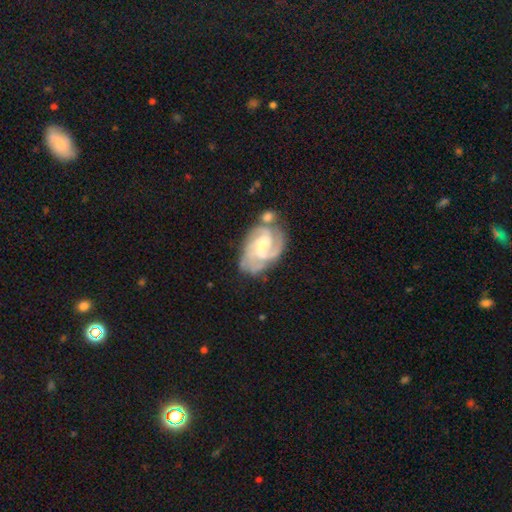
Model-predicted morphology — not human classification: smooth-or-featured: featured or disk: 89% | smooth: 7% | star or artifact: 4%
  disk-edge-on: no: 98% | yes: 2%
    bar: weak: 49% | no: 38% | strong: 13%
    has-spiral-arms: yes: 97% | no: 3%
      spiral-winding: medium: 46% | tight: 44% | loose: 10%
      spiral-arm-count: 2: 50% | 3: 30% | can't tell: 10% | 4: 4% | 1: 4% | more than 4: 3%
    bulge-size: moderate: 55% | small: 38% | large: 4% | none: 2% | dominant: 1%
  merging: none: 56% | minor disturbance: 21% | merger: 13% | major disturbance: 10%